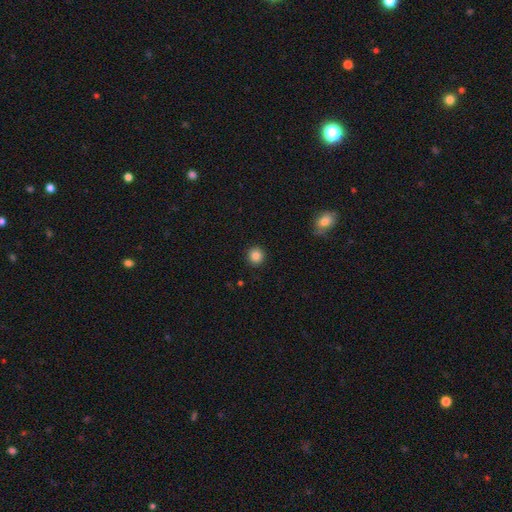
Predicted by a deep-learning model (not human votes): Smooth or featured? smooth (85%)
How rounded? round (92%)
Merging? none (92%)